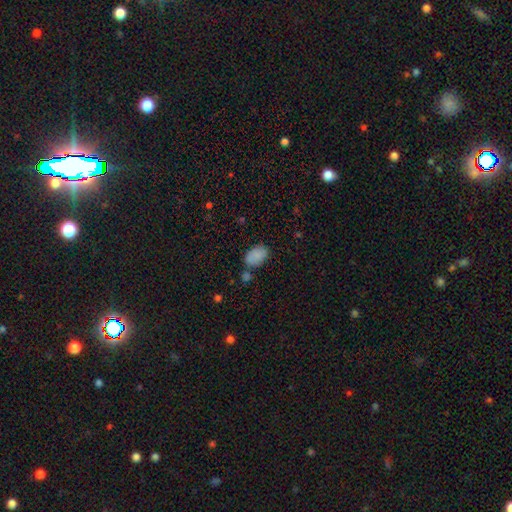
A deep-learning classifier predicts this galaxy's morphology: Smooth or featured? smooth (86%)
How rounded? in between (90%)
Merging? none (66%)